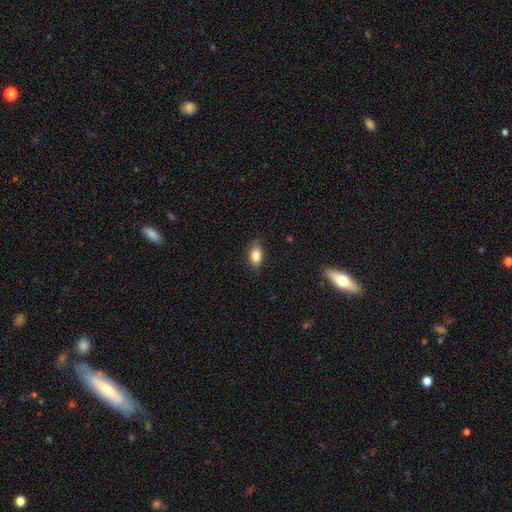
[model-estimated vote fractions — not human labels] Smooth or featured?
  - smooth: 81% *
  - featured or disk: 11%
  - star or artifact: 8%
How rounded?
  - in between: 86% *
  - cigar-shaped: 7%
  - round: 7%
Merging?
  - none: 81% *
  - minor disturbance: 15%
  - major disturbance: 3%
  - merger: 1%